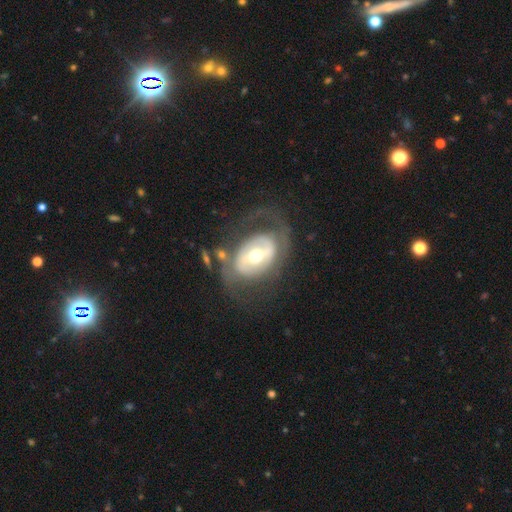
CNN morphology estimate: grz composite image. It shows a featured or disk galaxy (72%) with no bar (35%), spiral arms (57%) and a moderate central bulge (64%). Merging: none (58%).